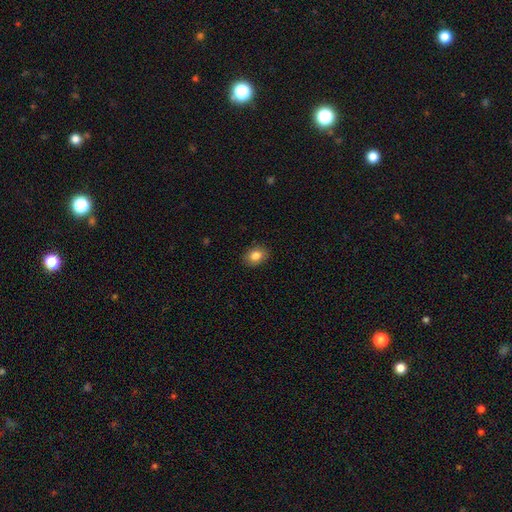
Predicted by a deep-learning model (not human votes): smooth-or-featured: smooth: 84% | star or artifact: 9% | featured or disk: 7%
  how-rounded: in between: 62% | round: 37% | cigar-shaped: 1%
  merging: none: 88% | minor disturbance: 9% | major disturbance: 2% | merger: 1%